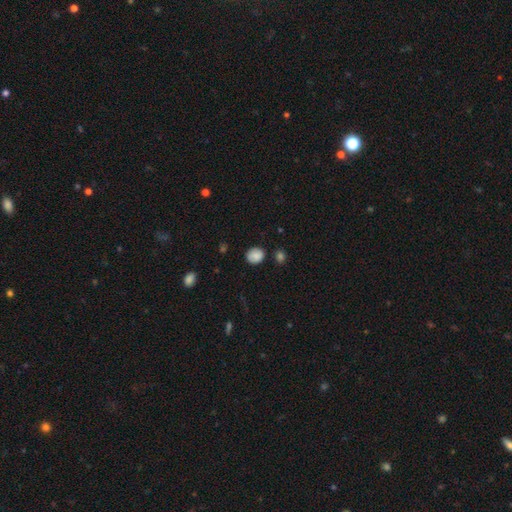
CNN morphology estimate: type=smooth (84%); roundness=round (71%); merging=none (78%).